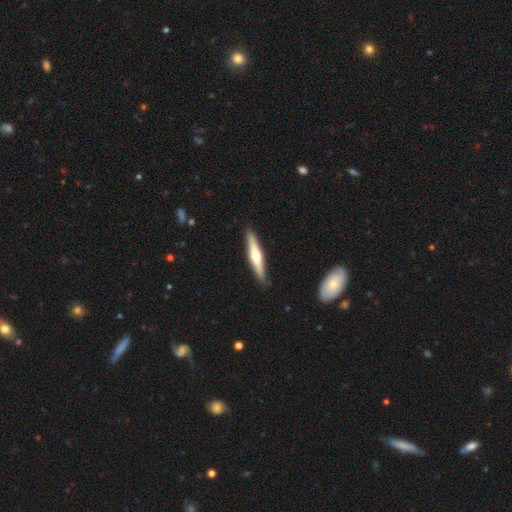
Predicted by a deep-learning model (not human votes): The model was most divided on "smooth or featured": featured or disk: 58%, smooth: 37%, star or artifact: 5%. More confident: edge-on disk — yes (97%); merging — none (90%); edge-on bulge — rounded (89%).